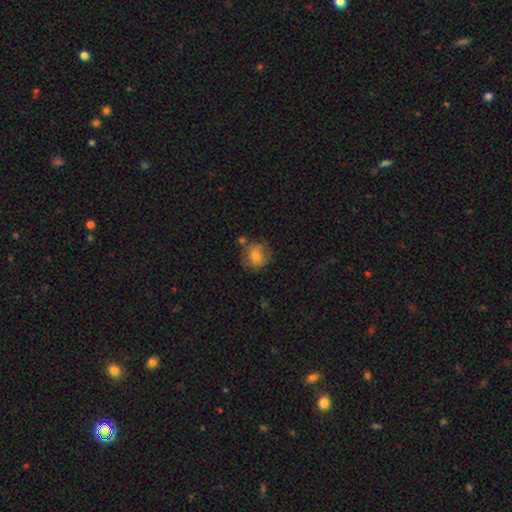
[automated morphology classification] Smooth or featured? Predicted: smooth (p=0.70). How rounded? Predicted: round (p=0.84). Merging? Predicted: none (p=0.65).